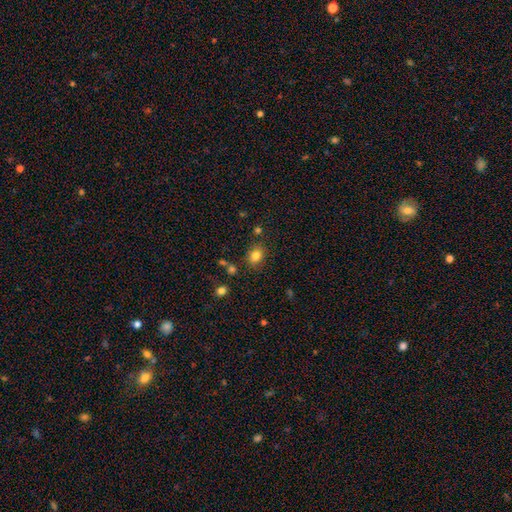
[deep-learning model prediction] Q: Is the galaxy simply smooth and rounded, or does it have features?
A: smooth — 82%.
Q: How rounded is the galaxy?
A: in between — 68%.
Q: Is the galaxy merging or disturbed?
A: none — 79%.